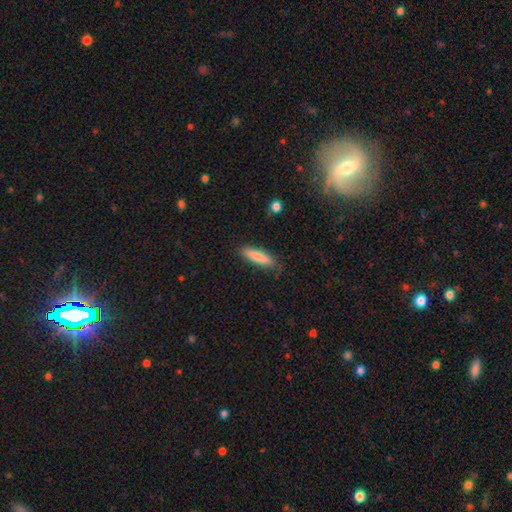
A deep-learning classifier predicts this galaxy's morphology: smooth 81%, featured or disk 12%, star or artifact 7%. Down the decision tree: how rounded — cigar-shaped (79%); merging — none (85%).